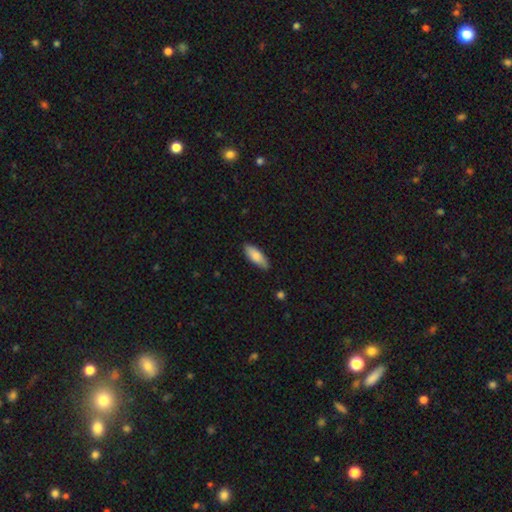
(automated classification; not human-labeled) Smooth or featured: smooth — 82% (featured or disk — 12%)
How rounded: in between — 73% (cigar-shaped — 26%)
Merging: none — 84% (minor disturbance — 12%)